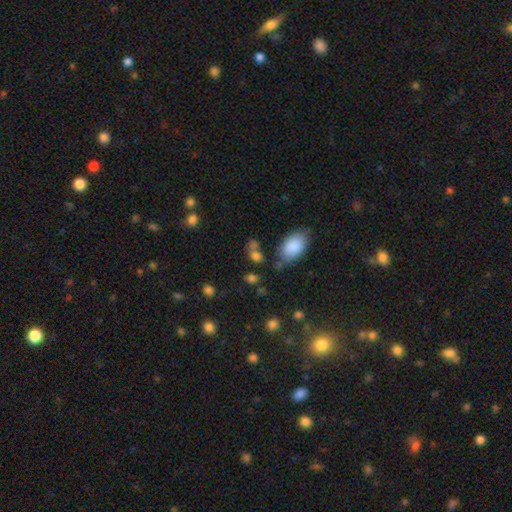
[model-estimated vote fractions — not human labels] A smooth galaxy with no disk features (76%) that is in between round and cigar-shaped (64%).

Vote fractions:
- Smooth or featured? smooth: 76% / star or artifact: 15% / featured or disk: 9%
- How rounded? in between: 64% / round: 33% / cigar-shaped: 3%
- Merging? none: 53% / merger: 24% / minor disturbance: 15% / major disturbance: 8%